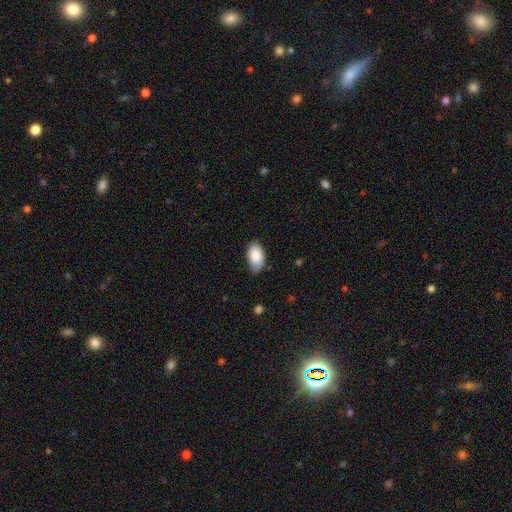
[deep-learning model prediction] smooth_or_featured: smooth (p=0.86) [alt: featured or disk p=0.08]
how_rounded: in between (p=0.95) [alt: round p=0.04]
merging: none (p=0.76) [alt: minor disturbance p=0.20]